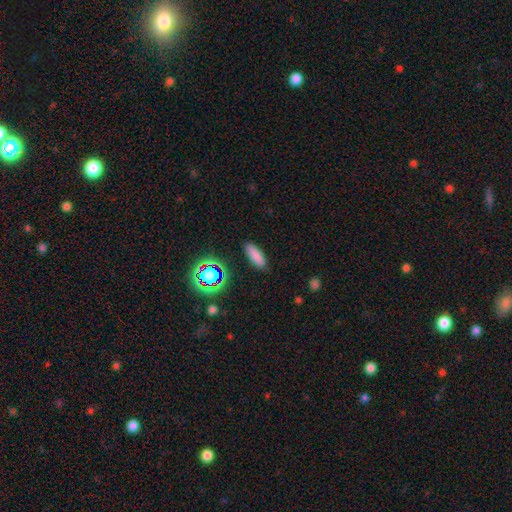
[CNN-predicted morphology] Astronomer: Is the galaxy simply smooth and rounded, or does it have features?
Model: smooth — 80%.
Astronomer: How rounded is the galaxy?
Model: in between — 61% (runner-up: cigar-shaped, 37%).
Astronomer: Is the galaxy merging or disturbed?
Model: none — 87%.